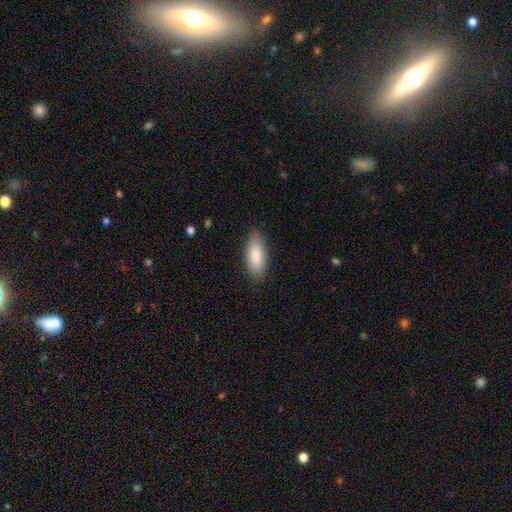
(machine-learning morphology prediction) This appears to be a smooth galaxy with no disk features (86%) that is in between round and cigar-shaped (82%). Merging: none (85%).